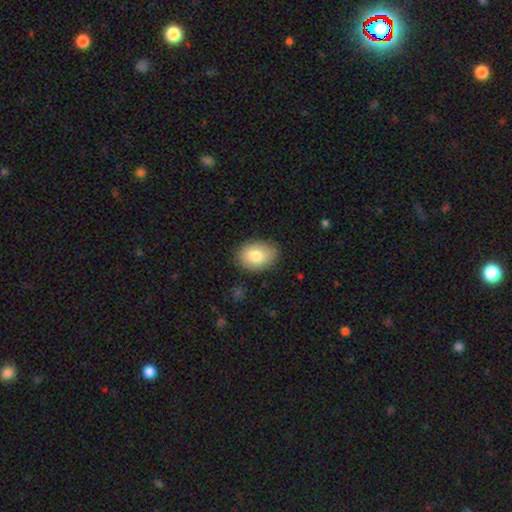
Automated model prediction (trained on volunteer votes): A smooth galaxy with no disk features (82%) that is in between round and cigar-shaped (76%). Merging: none (84%).